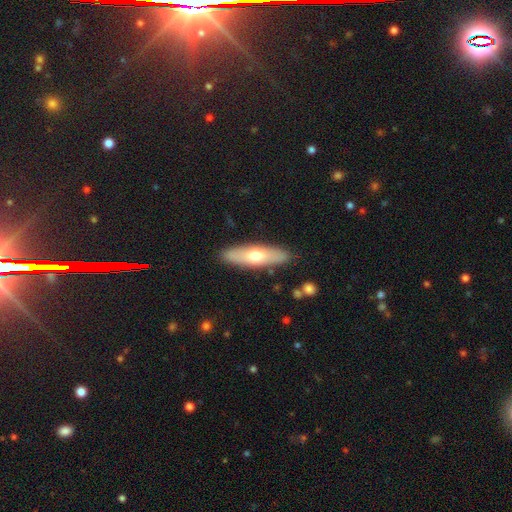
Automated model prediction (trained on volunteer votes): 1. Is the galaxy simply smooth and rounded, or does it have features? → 58% smooth, 37% featured or disk, 5% star or artifact.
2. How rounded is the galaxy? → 58% cigar-shaped, 40% in between, 2% round.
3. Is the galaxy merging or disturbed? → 87% none, 9% minor disturbance, 2% major disturbance, 2% merger.